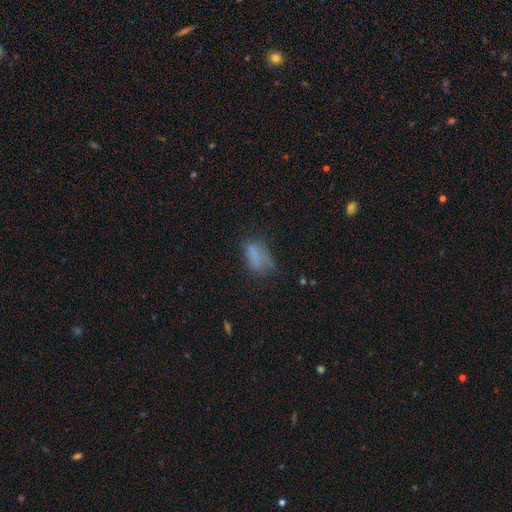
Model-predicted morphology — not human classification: Overall: smooth (71%). How rounded: in between (85%). Merging: none (44%; minor disturbance 31%).